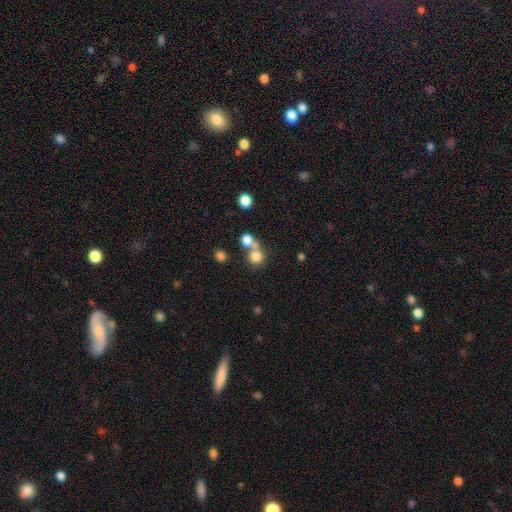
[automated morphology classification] The model was most divided on "merging": none: 48%, merger: 41%, minor disturbance: 7%, major disturbance: 4%. More confident: how rounded — round (88%); smooth or featured — smooth (76%).